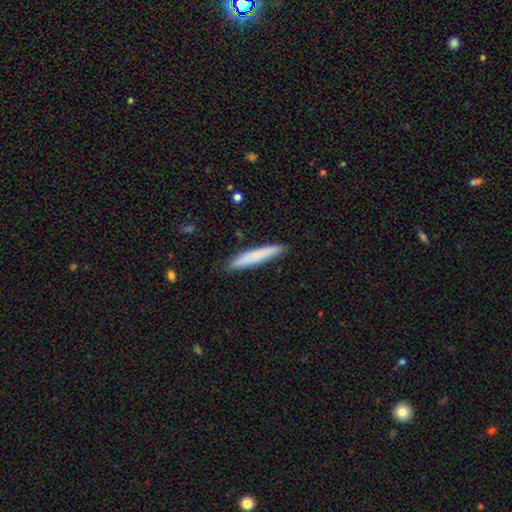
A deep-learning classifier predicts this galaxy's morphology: smooth 74%, featured or disk 20%, star or artifact 6%. Down the decision tree: how rounded — cigar-shaped (94%); merging — none (88%).